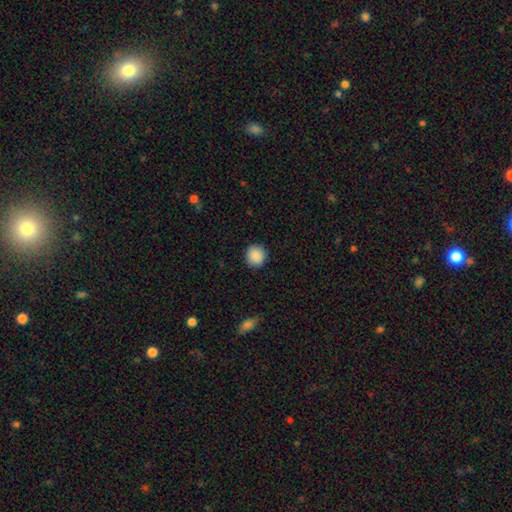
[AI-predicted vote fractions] Overall: smooth (90%). How rounded: round (92%). Merging: none (91%).